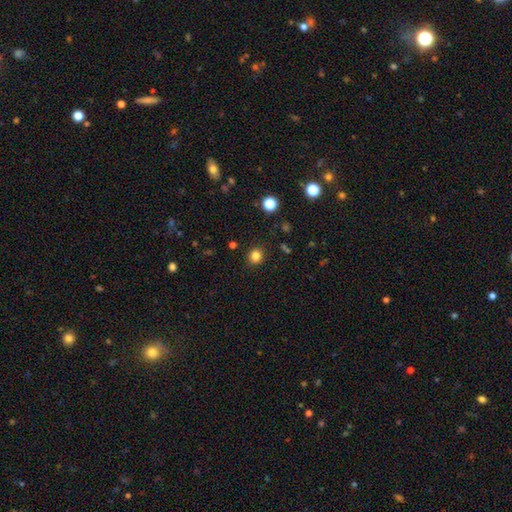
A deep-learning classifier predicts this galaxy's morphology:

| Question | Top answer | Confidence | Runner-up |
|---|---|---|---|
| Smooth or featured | smooth | 82% | star or artifact (13%) |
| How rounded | round | 84% | in between (15%) |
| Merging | none | 89% | minor disturbance (7%) |